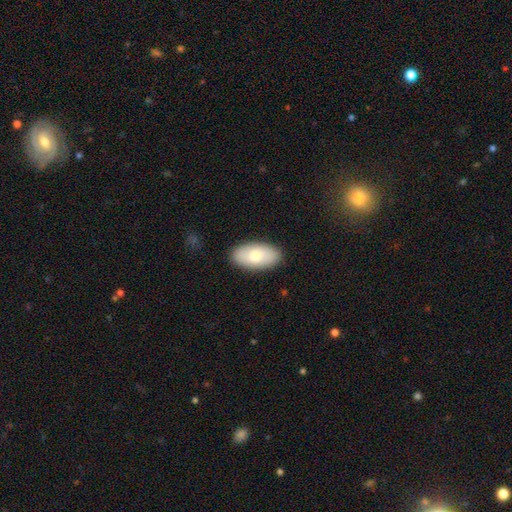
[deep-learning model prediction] smooth 77%, featured or disk 18%, star or artifact 6%. Down the decision tree: how rounded — in between (95%); merging — none (88%).